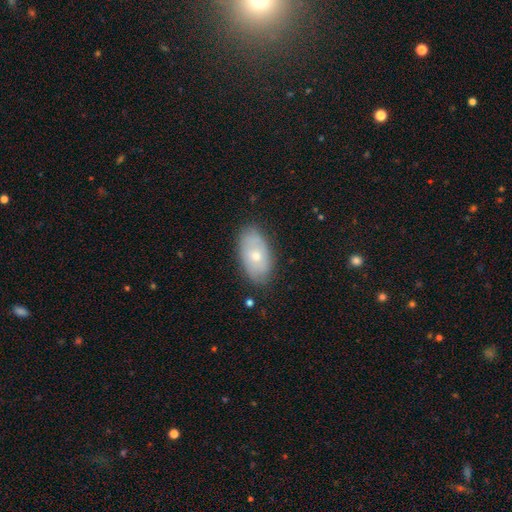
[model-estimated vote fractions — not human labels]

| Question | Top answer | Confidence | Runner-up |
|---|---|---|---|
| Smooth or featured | smooth | 58% | featured or disk (35%) |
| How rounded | in between | 92% | round (6%) |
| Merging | none | 80% | minor disturbance (15%) |